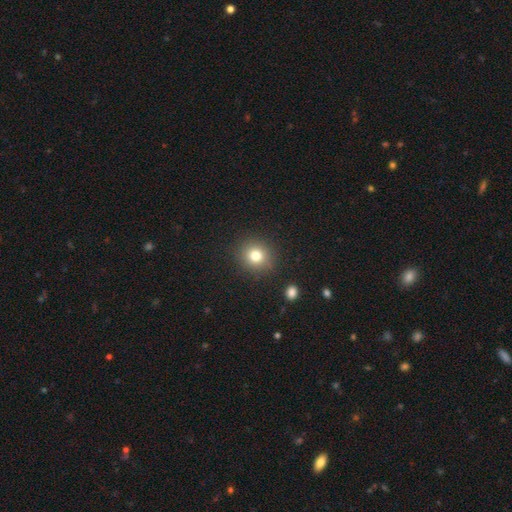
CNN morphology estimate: smooth_or_featured: smooth (p=0.79) [alt: star or artifact p=0.13]
how_rounded: round (p=0.88) [alt: in between p=0.11]
merging: none (p=0.89) [alt: minor disturbance p=0.07]